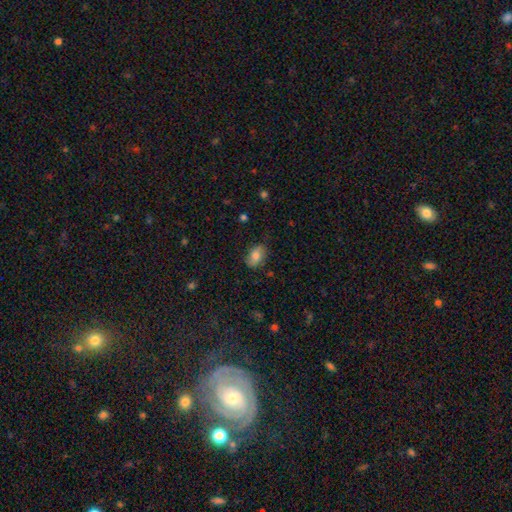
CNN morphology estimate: smooth_or_featured: smooth (p=0.76) [alt: featured or disk p=0.16]
how_rounded: in between (p=0.87) [alt: round p=0.11]
merging: none (p=0.74) [alt: minor disturbance p=0.21]